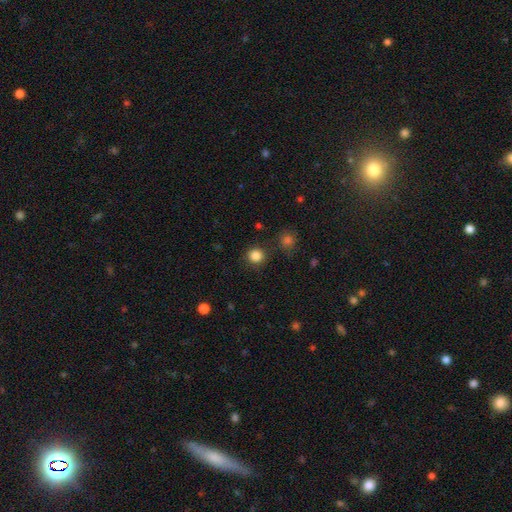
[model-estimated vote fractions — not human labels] A smooth galaxy with no disk features (85%) that is round (92%).

Vote fractions:
- Smooth or featured? smooth: 85% / star or artifact: 12% / featured or disk: 4%
- How rounded? round: 92% / in between: 7% / cigar-shaped: 1%
- Merging? none: 88% / minor disturbance: 7% / merger: 3% / major disturbance: 3%